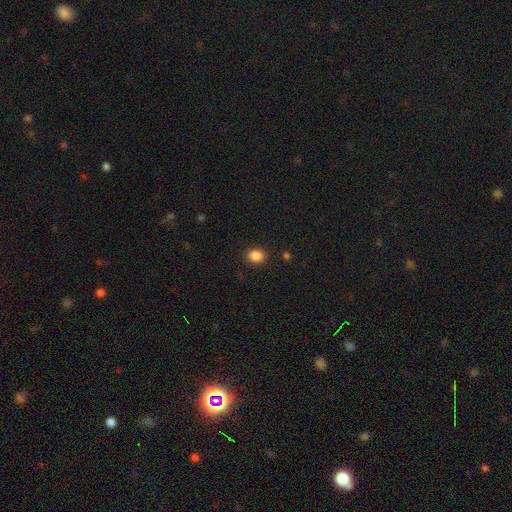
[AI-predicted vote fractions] smooth_or_featured: smooth (p=0.86) [alt: star or artifact p=0.10]
how_rounded: round (p=0.53) [alt: in between p=0.47]
merging: none (p=0.89) [alt: minor disturbance p=0.07]